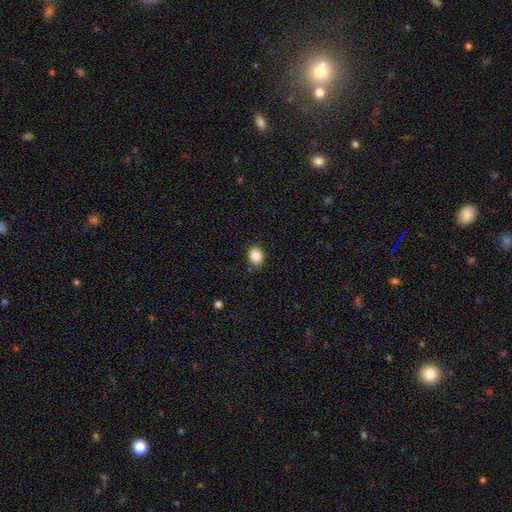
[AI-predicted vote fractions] Smooth or featured: smooth — 86% (star or artifact — 9%)
How rounded: in between — 55% (round — 44%)
Merging: none — 87% (minor disturbance — 10%)